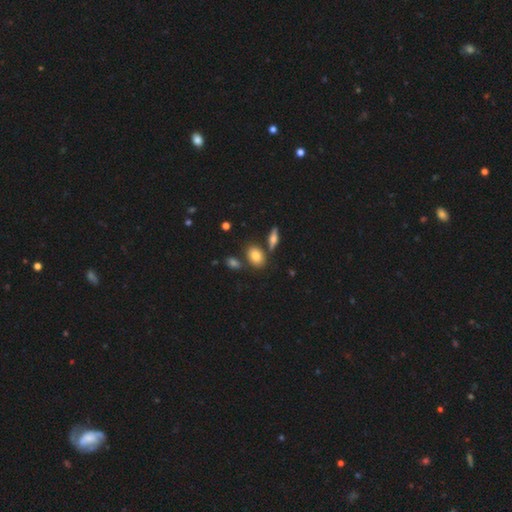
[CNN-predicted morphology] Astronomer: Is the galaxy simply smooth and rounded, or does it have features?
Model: smooth — 79%.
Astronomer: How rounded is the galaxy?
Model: in between — 71%.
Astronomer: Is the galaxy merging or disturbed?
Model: none — 73%.